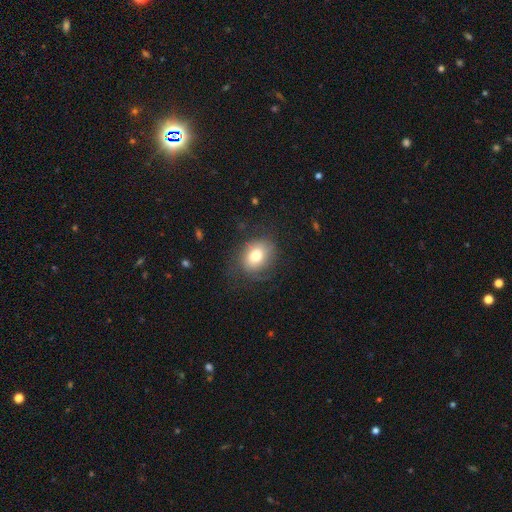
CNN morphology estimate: This appears to be a smooth galaxy with no disk features (75%) that is in between round and cigar-shaped (53%). Merging: none (71%).